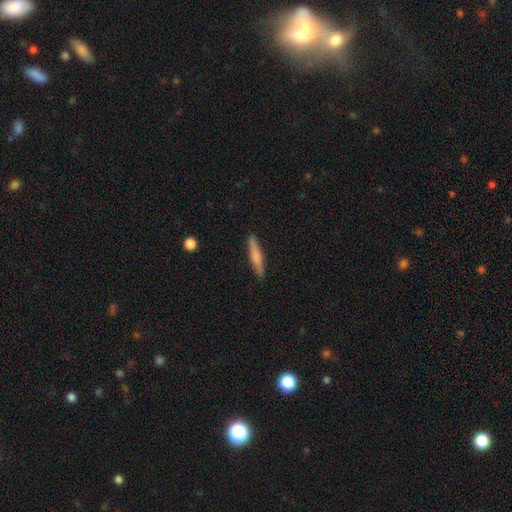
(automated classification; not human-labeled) This is likely a smooth galaxy (65%). How rounded: clearly cigar-shaped (90%). Merging: clearly none (89%).